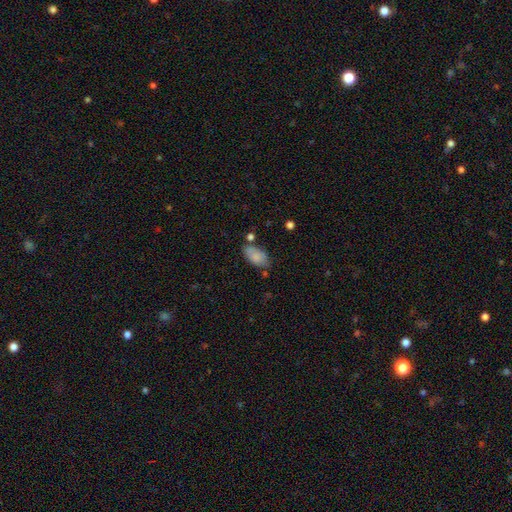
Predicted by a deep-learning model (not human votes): Smooth or featured? Predicted: smooth (p=0.83). How rounded? Predicted: in between (p=0.93). Merging? Predicted: none (p=0.64).